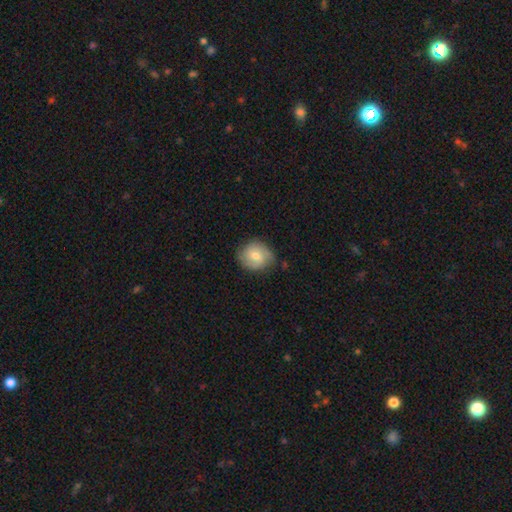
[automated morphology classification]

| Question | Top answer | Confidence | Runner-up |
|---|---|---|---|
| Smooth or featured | smooth | 55% | featured or disk (38%) |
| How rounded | round | 73% | in between (26%) |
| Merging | none | 75% | minor disturbance (20%) |